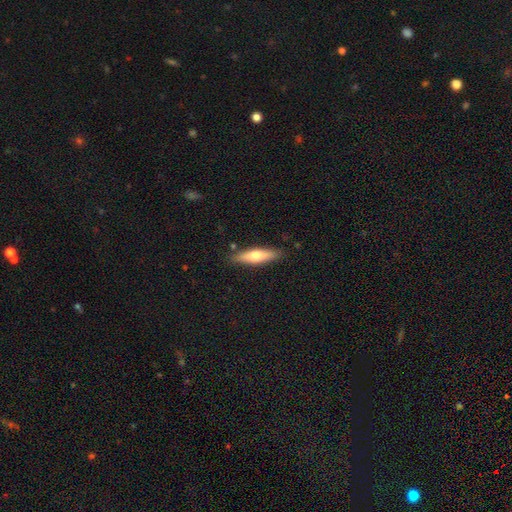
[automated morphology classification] Smooth or featured?
  - smooth: 62% *
  - featured or disk: 32%
  - star or artifact: 6%
How rounded?
  - cigar-shaped: 67% *
  - in between: 31%
  - round: 2%
Merging?
  - none: 85% *
  - minor disturbance: 11%
  - major disturbance: 2%
  - merger: 2%